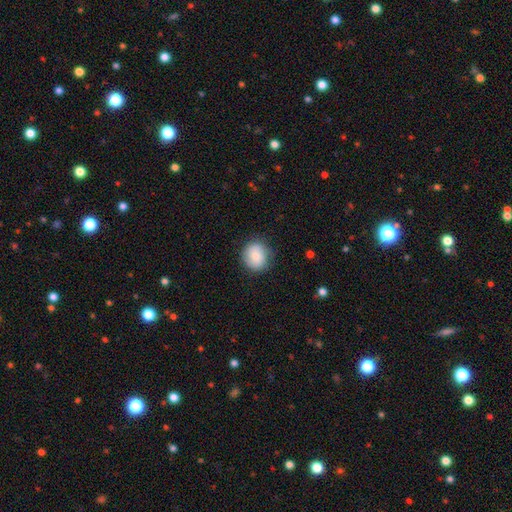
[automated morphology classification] Smooth or featured: smooth — 77% (featured or disk — 16%)
How rounded: round — 86% (in between — 13%)
Merging: none — 82% (minor disturbance — 13%)